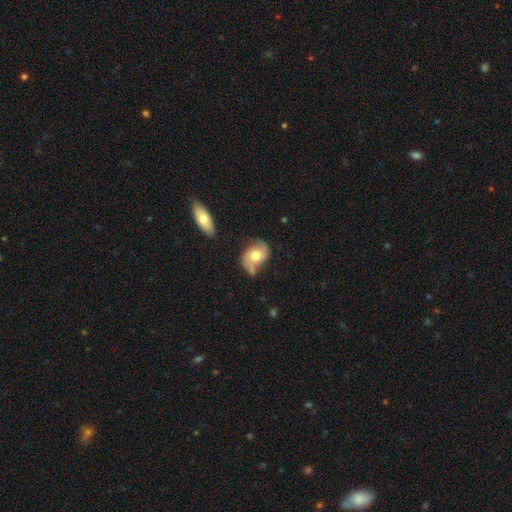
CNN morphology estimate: This is possibly a featured or disk galaxy (47%). Merging: possibly none (52%).